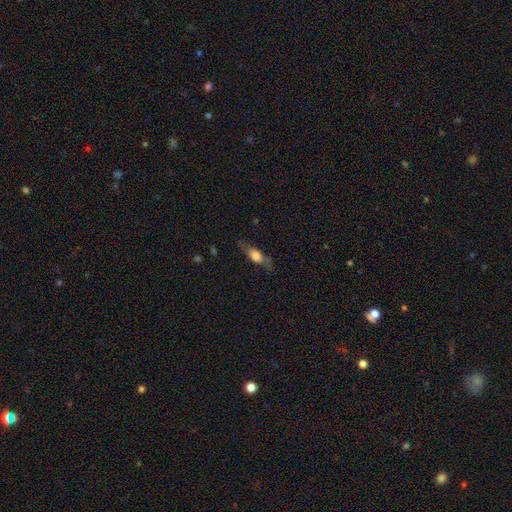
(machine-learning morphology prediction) A smooth galaxy with no disk features (48%).

Vote fractions:
- Smooth or featured? smooth: 48% / featured or disk: 44% / star or artifact: 8%
- Merging? none: 67% / minor disturbance: 20% / major disturbance: 11% / merger: 2%